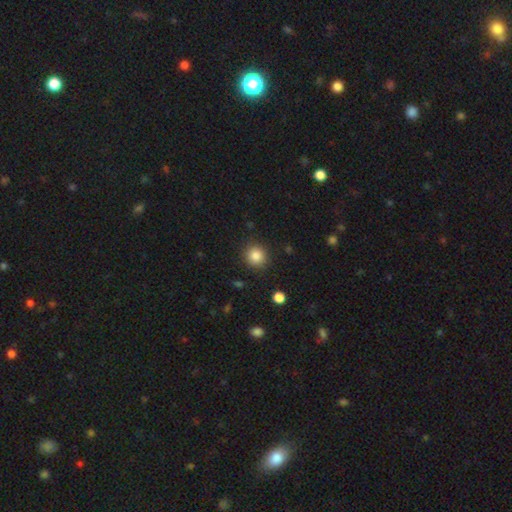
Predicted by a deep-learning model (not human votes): Morphology: type=smooth (85%); roundness=round (90%); merging=none (89%).